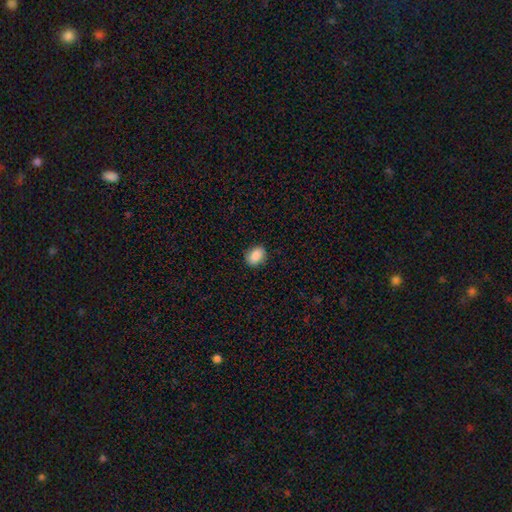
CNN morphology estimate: A smooth galaxy with no disk features (87%) that is in between round and cigar-shaped (67%).

Vote fractions:
- Smooth or featured? smooth: 87% / star or artifact: 8% / featured or disk: 5%
- How rounded? in between: 67% / round: 32% / cigar-shaped: 1%
- Merging? none: 86% / minor disturbance: 11% / major disturbance: 2% / merger: 1%